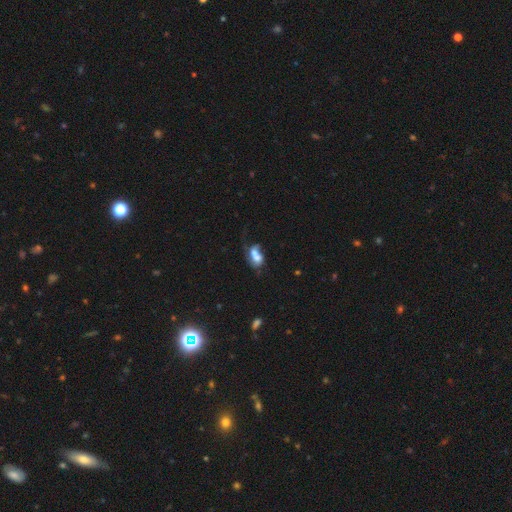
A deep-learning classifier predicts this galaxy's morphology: This appears to be a smooth galaxy with no disk features (54%) that is in between round and cigar-shaped (78%). Merging: merger (58%).